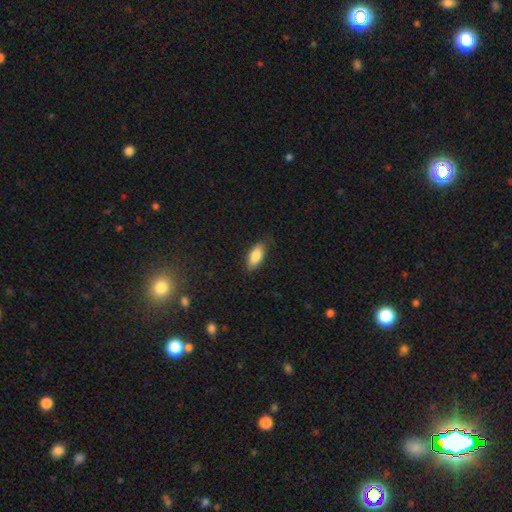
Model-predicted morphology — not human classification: Overall: smooth (85%). How rounded: in between (87%). Merging: none (82%).